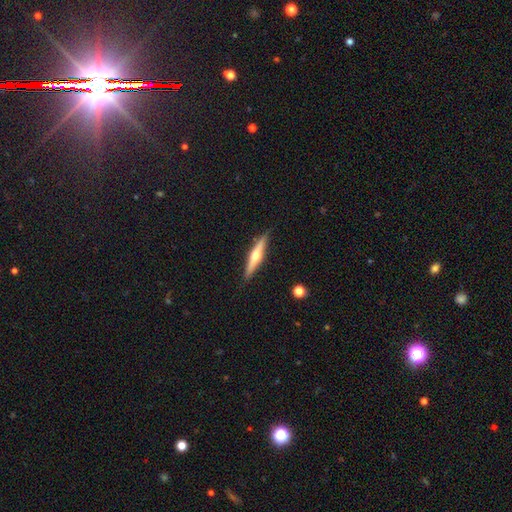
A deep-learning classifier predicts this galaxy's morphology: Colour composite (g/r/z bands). It shows a featured or disk galaxy (64%) viewed edge-on (97%) with a rounded central bulge (92%). Merging: none (89%).